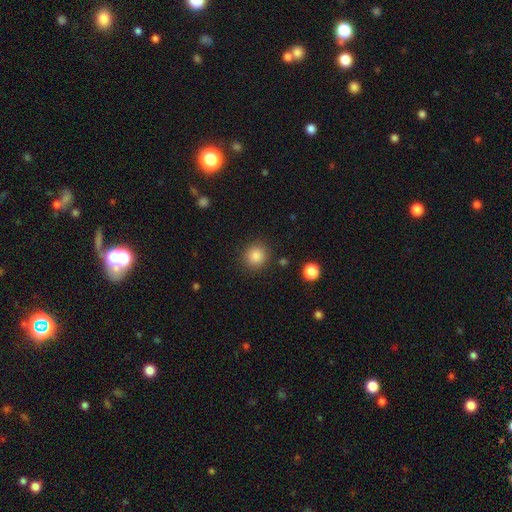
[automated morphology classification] Overall: smooth (86%). How rounded: round (89%). Merging: none (88%).